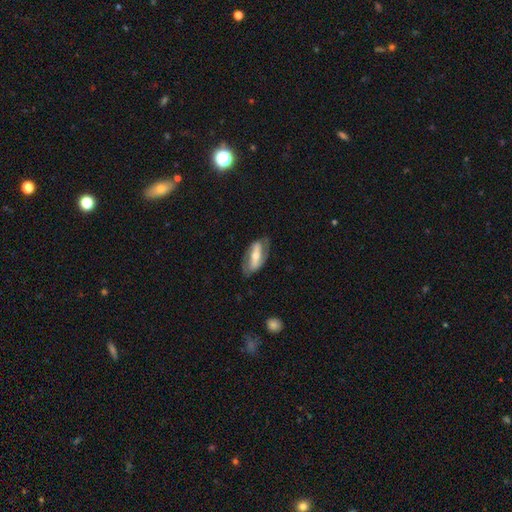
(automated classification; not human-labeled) Smooth or featured: featured or disk — 73% (smooth — 22%)
Edge-on disk: no — 88% (yes — 12%)
Bar: strong — 68% (weak — 19%)
Spiral arms: yes — 72% (no — 28%)
Bulge size: moderate — 55% (small — 37%)
Merging: none — 73% (minor disturbance — 17%)